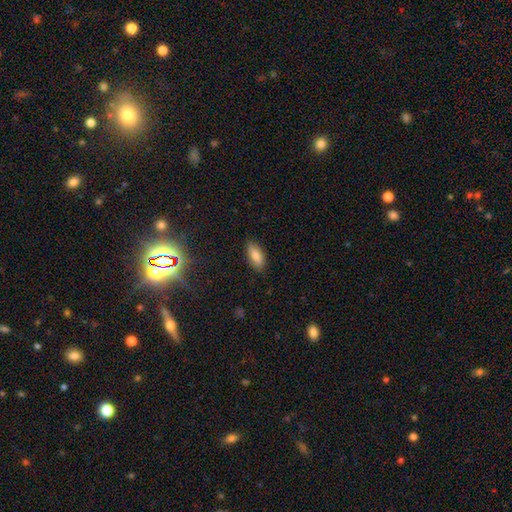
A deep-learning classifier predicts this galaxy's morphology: Smooth or featured? Predicted: smooth (p=0.78). How rounded? Predicted: in between (p=0.85). Merging? Predicted: none (p=0.85).